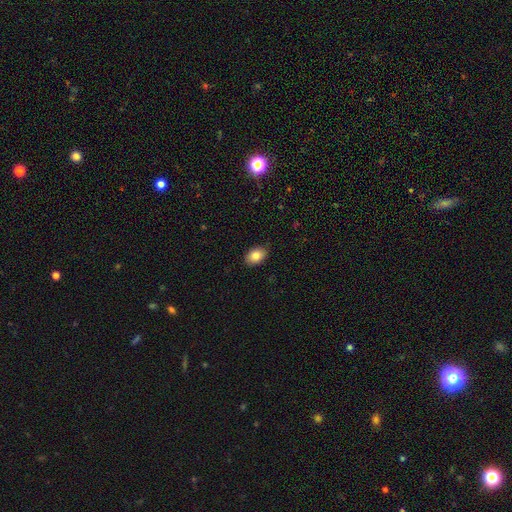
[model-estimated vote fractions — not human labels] A smooth galaxy with no disk features (85%) that is in between round and cigar-shaped (82%).

Vote fractions:
- Smooth or featured? smooth: 85% / star or artifact: 8% / featured or disk: 7%
- How rounded? in between: 82% / round: 17% / cigar-shaped: 1%
- Merging? none: 86% / minor disturbance: 11% / major disturbance: 2% / merger: 1%